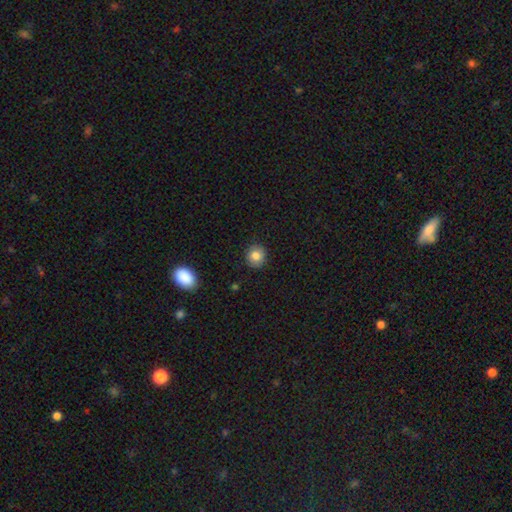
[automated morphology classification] This appears to be a smooth galaxy with no disk features (83%) that is round (87%). Merging: none (89%).